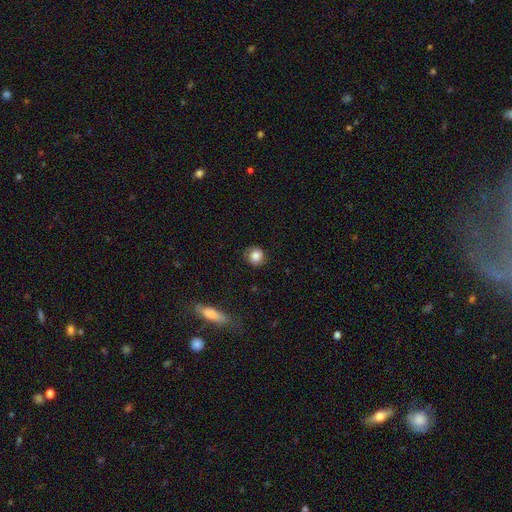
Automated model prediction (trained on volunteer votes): This is clearly a smooth galaxy (82%). How rounded: clearly round (88%). Merging: clearly none (81%).